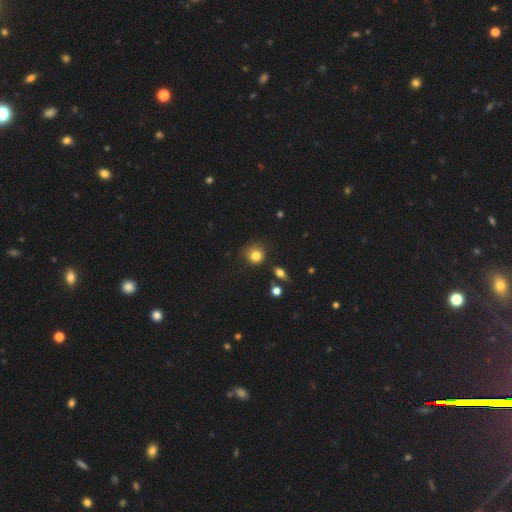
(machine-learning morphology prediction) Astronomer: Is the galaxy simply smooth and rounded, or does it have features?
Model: smooth — 80%.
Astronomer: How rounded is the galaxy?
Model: round — 86%.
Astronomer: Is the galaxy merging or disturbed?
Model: none — 69%.